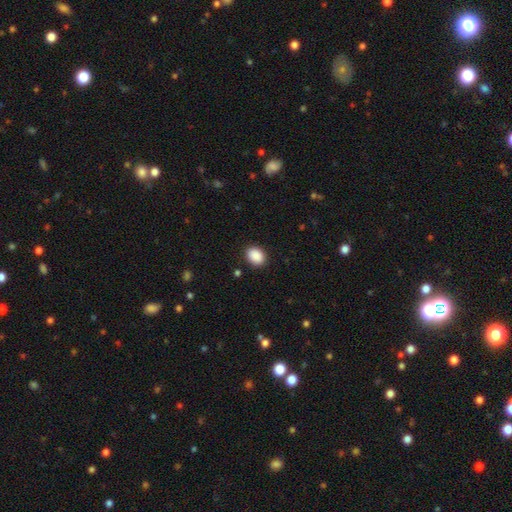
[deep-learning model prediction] Morphology: type=smooth (90%); roundness=in between (65%); merging=none (88%).